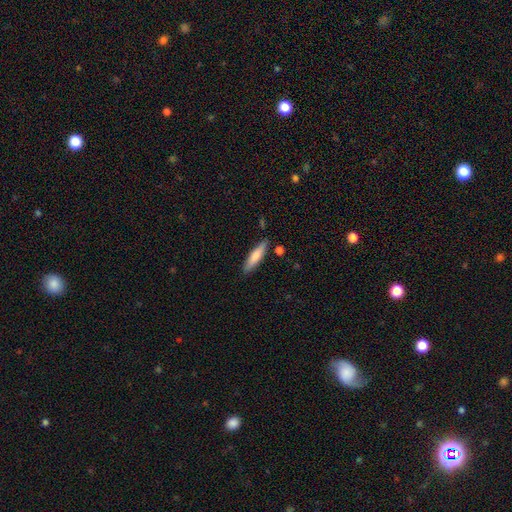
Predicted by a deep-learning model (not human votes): Smooth or featured: smooth — 76% (featured or disk — 19%)
How rounded: cigar-shaped — 75% (in between — 24%)
Merging: none — 83% (minor disturbance — 11%)